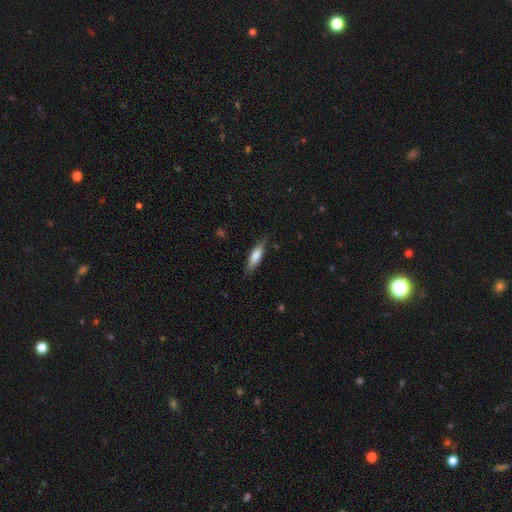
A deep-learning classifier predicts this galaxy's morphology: smooth-or-featured: smooth: 76% | featured or disk: 18% | star or artifact: 6%
  how-rounded: cigar-shaped: 55% | in between: 43% | round: 2%
  merging: none: 80% | minor disturbance: 16% | major disturbance: 3% | merger: 1%